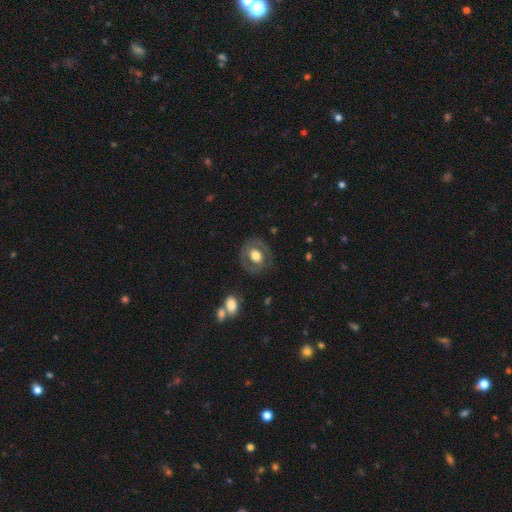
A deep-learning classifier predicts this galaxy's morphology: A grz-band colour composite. It shows a smooth galaxy with no disk features (50%). Merging: none (80%).